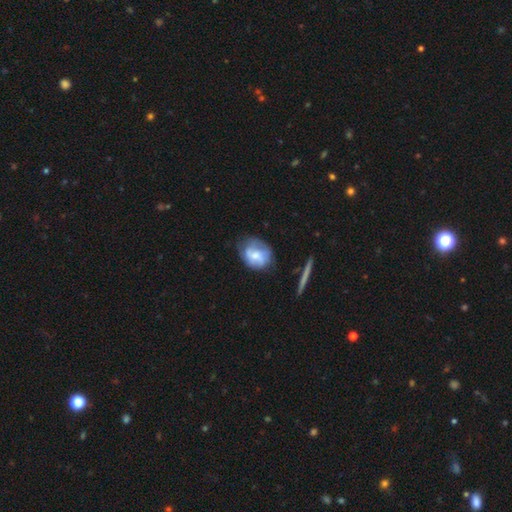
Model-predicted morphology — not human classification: Smooth or featured? smooth (53%)
How rounded? round (55%)
Merging? none (58%)